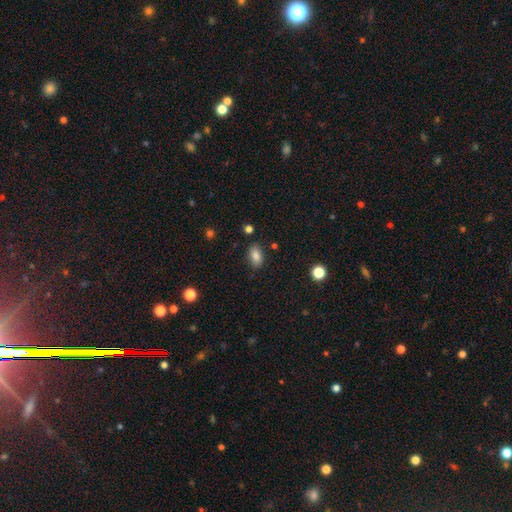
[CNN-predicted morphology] This is clearly a smooth galaxy (85%). How rounded: clearly in between (89%). Merging: clearly none (83%).